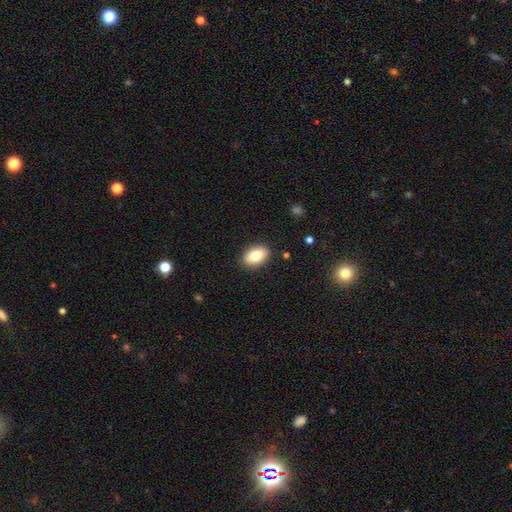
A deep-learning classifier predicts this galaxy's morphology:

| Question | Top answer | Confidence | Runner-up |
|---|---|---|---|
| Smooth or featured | smooth | 80% | featured or disk (12%) |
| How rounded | in between | 88% | round (11%) |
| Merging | none | 88% | minor disturbance (8%) |